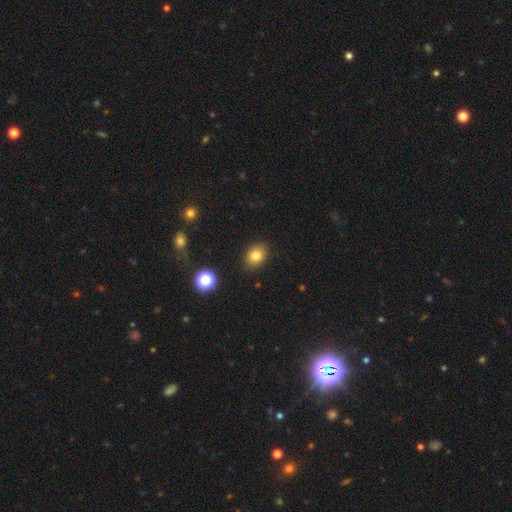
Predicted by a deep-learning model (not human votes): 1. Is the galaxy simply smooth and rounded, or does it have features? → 81% smooth, 11% star or artifact, 7% featured or disk.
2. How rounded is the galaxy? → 59% in between, 40% round, 1% cigar-shaped.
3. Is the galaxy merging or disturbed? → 87% none, 9% minor disturbance, 2% major disturbance, 1% merger.